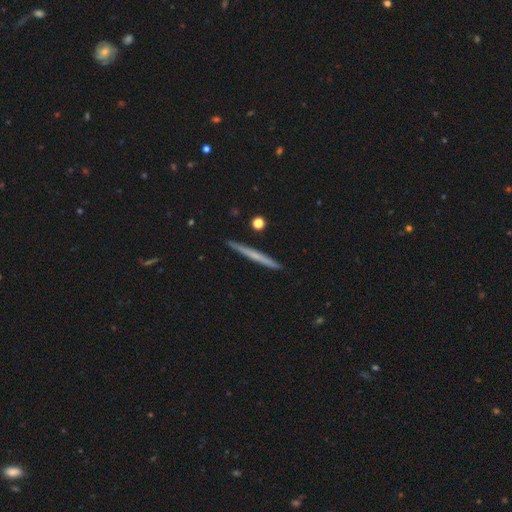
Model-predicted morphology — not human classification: This is possibly a smooth galaxy (48%). Merging: clearly none (92%).